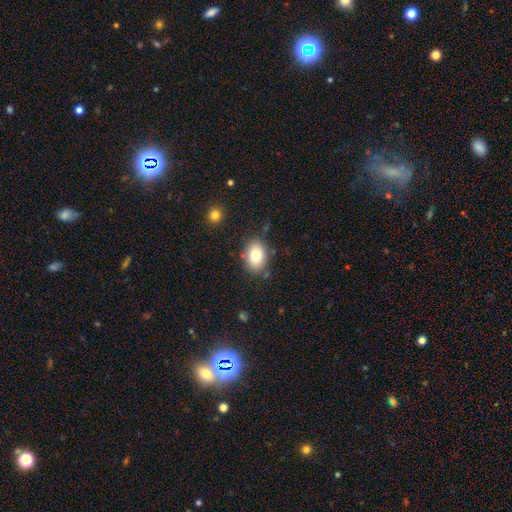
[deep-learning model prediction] Smooth or featured: smooth — 80% (featured or disk — 12%)
How rounded: in between — 77% (round — 22%)
Merging: none — 81% (minor disturbance — 12%)